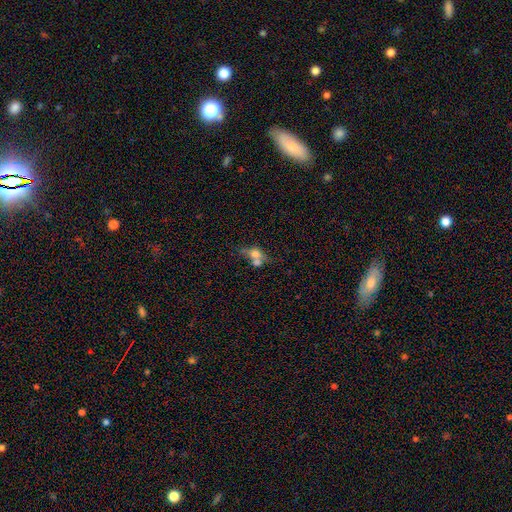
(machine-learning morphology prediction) Q: Smooth or featured?
A: smooth (55%); runner-up: featured or disk (34%)
Q: How rounded?
A: in between (51%); runner-up: round (38%)
Q: Merging?
A: merger (52%); runner-up: none (29%)